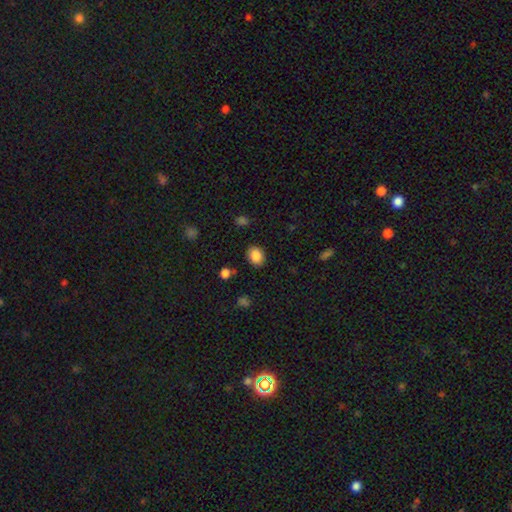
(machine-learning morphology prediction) A smooth galaxy with no disk features (87%) that is in between round and cigar-shaped (52%).

Vote fractions:
- Smooth or featured? smooth: 87% / star or artifact: 9% / featured or disk: 5%
- How rounded? in between: 52% / round: 47% / cigar-shaped: 1%
- Merging? none: 86% / minor disturbance: 10% / major disturbance: 3% / merger: 2%